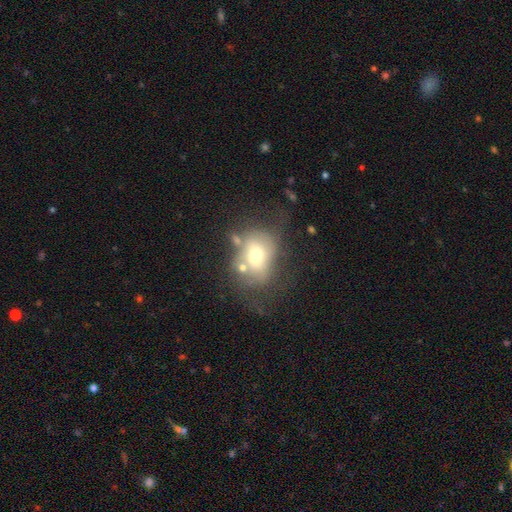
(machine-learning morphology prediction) Smooth or featured?
  - smooth: 57% *
  - featured or disk: 31%
  - star or artifact: 12%
How rounded?
  - round: 51% *
  - in between: 48%
  - cigar-shaped: 1%
Merging?
  - none: 41% *
  - minor disturbance: 24%
  - major disturbance: 21%
  - merger: 13%